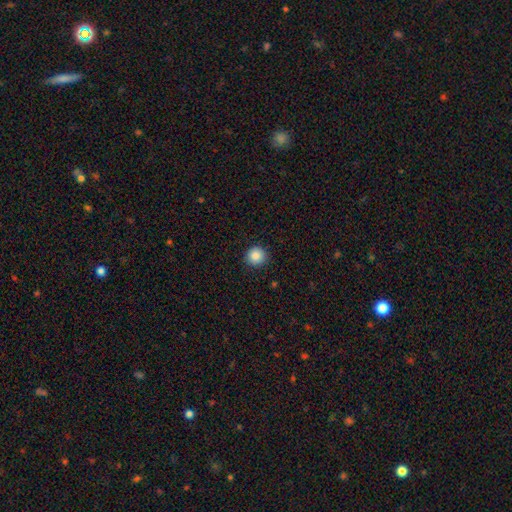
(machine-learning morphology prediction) smooth 87%, star or artifact 9%, featured or disk 3%. Down the decision tree: how rounded — round (93%); merging — none (91%).